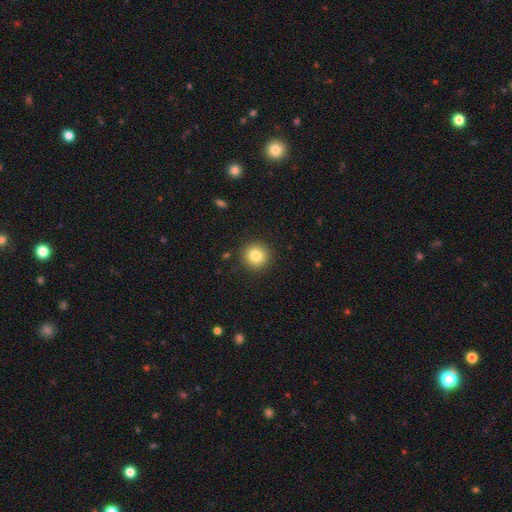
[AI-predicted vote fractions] Overall: smooth (82%). How rounded: round (94%). Merging: none (91%).